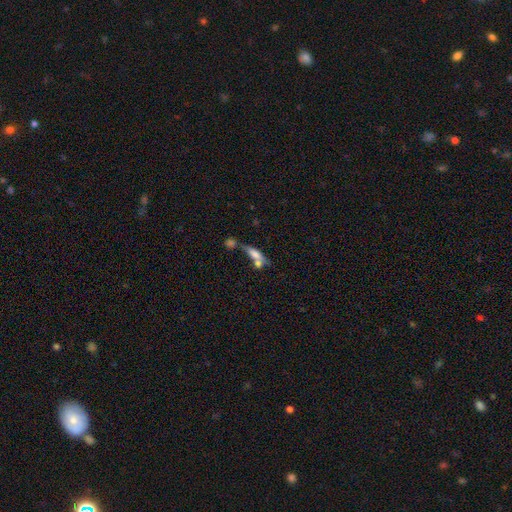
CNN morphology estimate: Smooth or featured?
  - smooth: 58% *
  - featured or disk: 32%
  - star or artifact: 10%
How rounded?
  - cigar-shaped: 52% *
  - in between: 43%
  - round: 5%
Merging?
  - merger: 42% *
  - none: 34%
  - minor disturbance: 13%
  - major disturbance: 10%